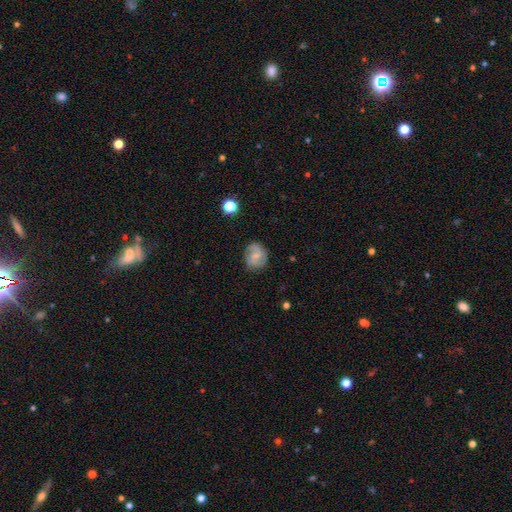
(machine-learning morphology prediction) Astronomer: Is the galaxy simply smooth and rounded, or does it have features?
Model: featured or disk — 56% (runner-up: smooth, 36%).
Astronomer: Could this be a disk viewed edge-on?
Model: no — 98%.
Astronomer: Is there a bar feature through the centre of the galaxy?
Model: no — 55% (runner-up: weak, 39%).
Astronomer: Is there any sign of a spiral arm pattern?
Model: yes — 89%.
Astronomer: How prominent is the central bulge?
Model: small — 50% (runner-up: moderate, 29%).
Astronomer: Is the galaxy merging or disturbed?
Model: none — 77%.